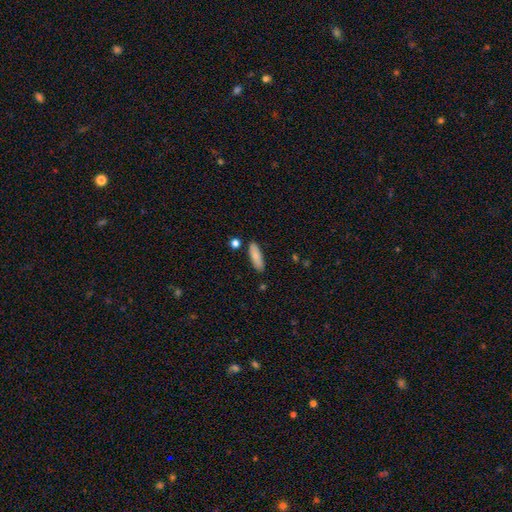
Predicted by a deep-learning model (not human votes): Q: Smooth or featured?
A: smooth (82%); runner-up: featured or disk (12%)
Q: How rounded?
A: in between (54%); runner-up: cigar-shaped (43%)
Q: Merging?
A: none (84%); runner-up: minor disturbance (11%)